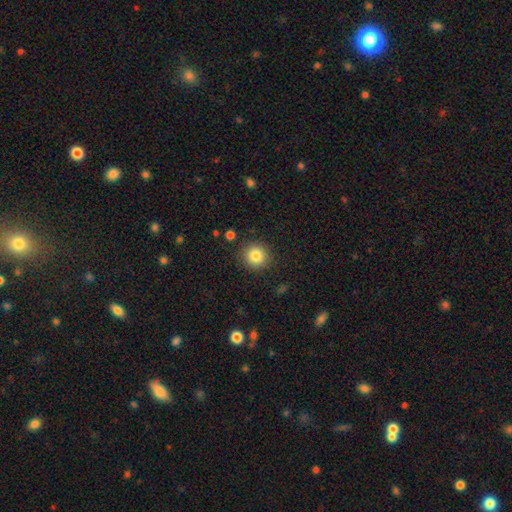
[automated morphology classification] The model was most divided on "smooth or featured": smooth: 84%, star or artifact: 10%, featured or disk: 6%. More confident: how rounded — round (93%); merging — none (90%).